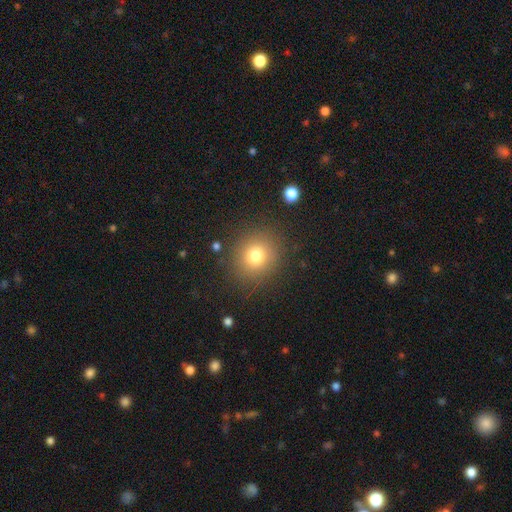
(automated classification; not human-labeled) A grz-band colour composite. It shows a smooth galaxy with no disk features (77%) that is round (85%). Merging: none (87%).